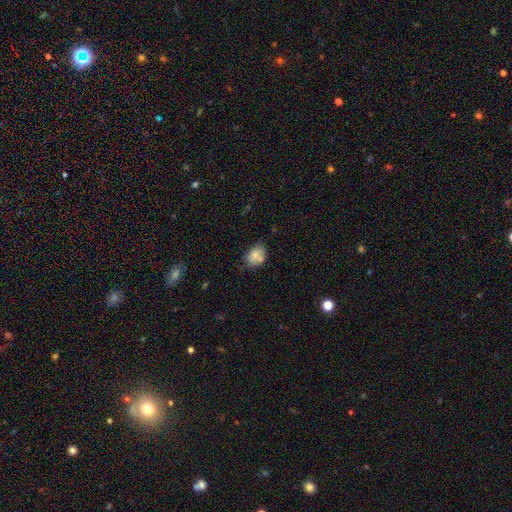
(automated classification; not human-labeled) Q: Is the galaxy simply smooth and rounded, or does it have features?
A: smooth — 74%.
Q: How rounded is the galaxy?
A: in between — 72%.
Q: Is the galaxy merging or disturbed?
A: none — 55%.